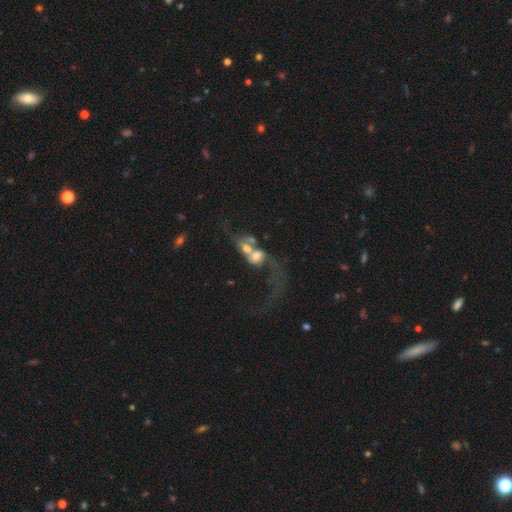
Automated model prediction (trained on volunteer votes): Q: Smooth or featured?
A: featured or disk (53%); runner-up: smooth (37%)
Q: Edge-on disk?
A: no (95%); runner-up: yes (5%)
Q: Bar?
A: no (74%); runner-up: weak (20%)
Q: Spiral arms?
A: yes (56%); runner-up: no (44%)
Q: Bulge size?
A: moderate (38%); runner-up: large (31%)
Q: Merging?
A: merger (76%); runner-up: major disturbance (13%)